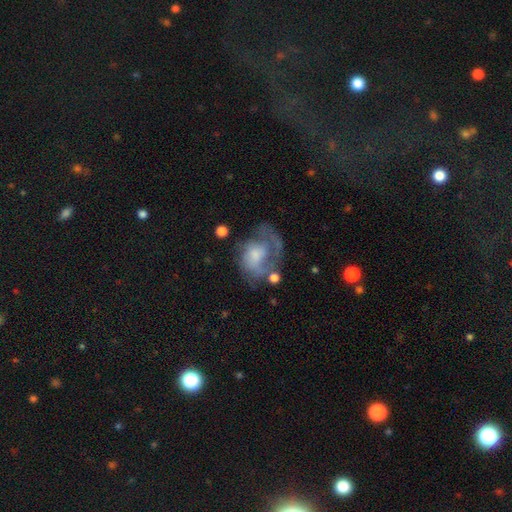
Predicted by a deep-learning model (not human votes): smooth_or_featured: featured or disk (p=0.60) [alt: smooth p=0.32]
disk_edge_on: no (p=0.97) [alt: yes p=0.03]
bar: no (p=0.70) [alt: weak p=0.26]
has_spiral_arms: yes (p=0.68) [alt: no p=0.32]
bulge_size: moderate (p=0.34) [alt: small p=0.31]
merging: major disturbance (p=0.39) [alt: none p=0.34]